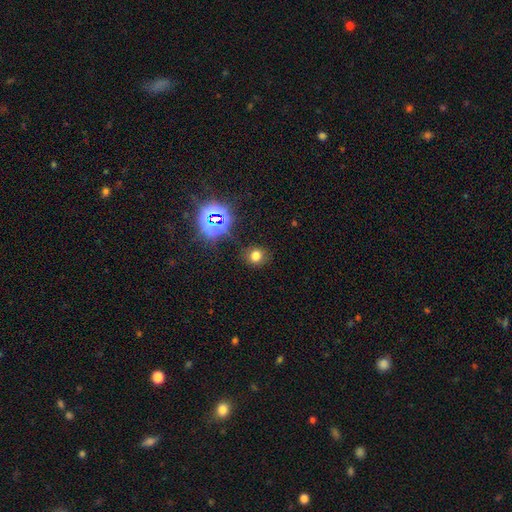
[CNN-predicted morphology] Smooth or featured: smooth — 70% (star or artifact — 23%)
How rounded: round — 78% (in between — 21%)
Merging: none — 83% (minor disturbance — 11%)